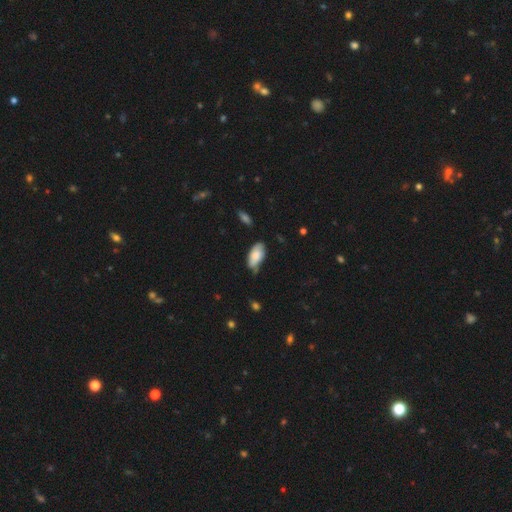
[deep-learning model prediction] Smooth or featured? Predicted: smooth (p=0.81). How rounded? Predicted: in between (p=0.93). Merging? Predicted: none (p=0.58).